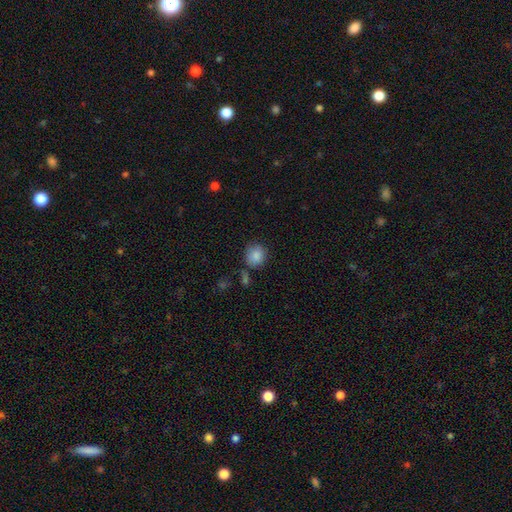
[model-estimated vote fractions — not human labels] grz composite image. It shows a smooth galaxy with no disk features (86%) that is round (81%). Merging: none (74%).